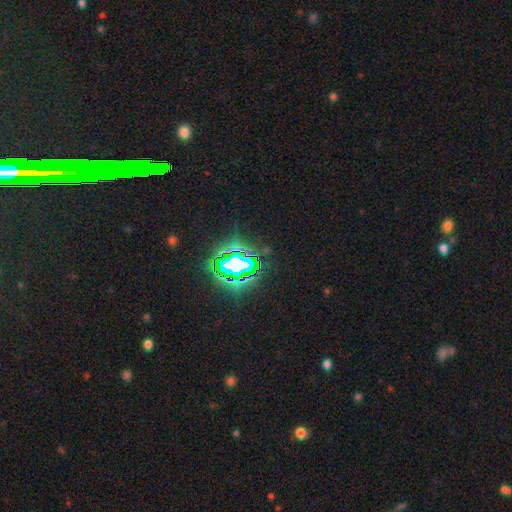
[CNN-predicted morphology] Smooth or featured: star or artifact — 80% (smooth — 10%)